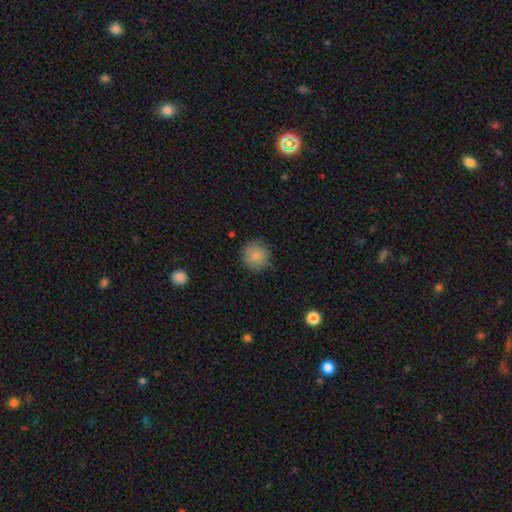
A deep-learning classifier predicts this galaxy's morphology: type=smooth (84%); roundness=round (91%); merging=none (81%).